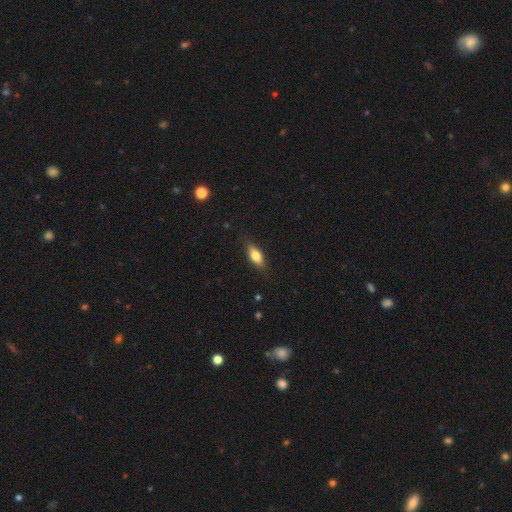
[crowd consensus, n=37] Smooth or featured? smooth (65%)
How rounded? in between (79%)
Merging? none (86%)